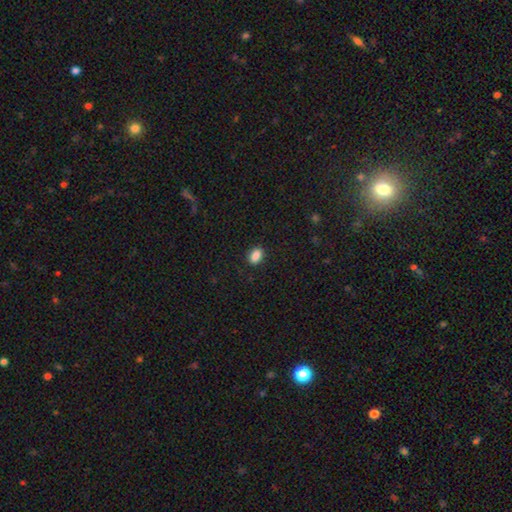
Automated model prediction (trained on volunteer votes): This is clearly a smooth galaxy (88%). How rounded: clearly in between (81%). Merging: clearly none (88%).